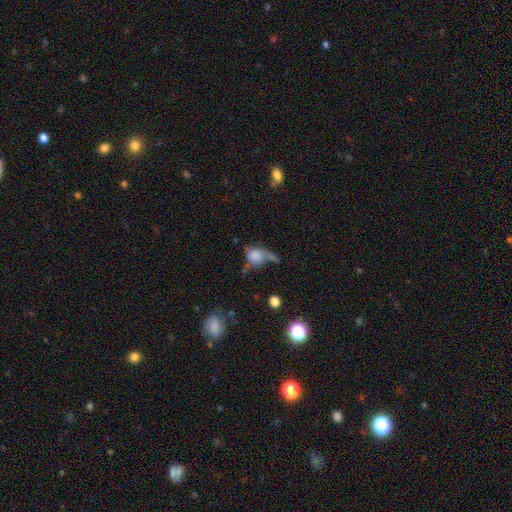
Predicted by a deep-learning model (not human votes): Smooth or featured? Predicted: smooth (p=0.61). How rounded? Predicted: in between (p=0.50). Merging? Predicted: major disturbance (p=0.36).